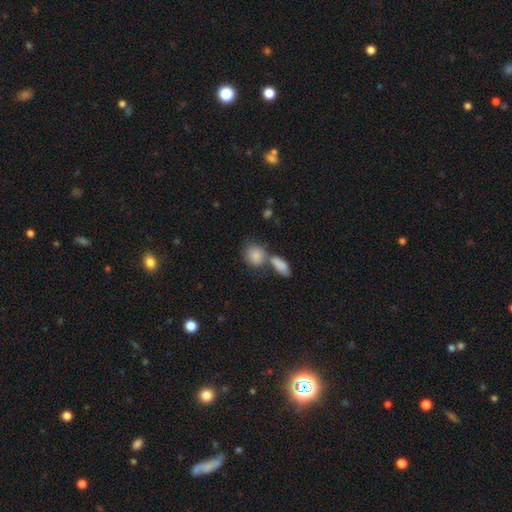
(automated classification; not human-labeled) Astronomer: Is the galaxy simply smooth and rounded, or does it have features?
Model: smooth — 85%.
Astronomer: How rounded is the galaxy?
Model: round — 56% (runner-up: in between, 42%).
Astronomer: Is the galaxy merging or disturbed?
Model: merger — 44% (runner-up: none, 40%).